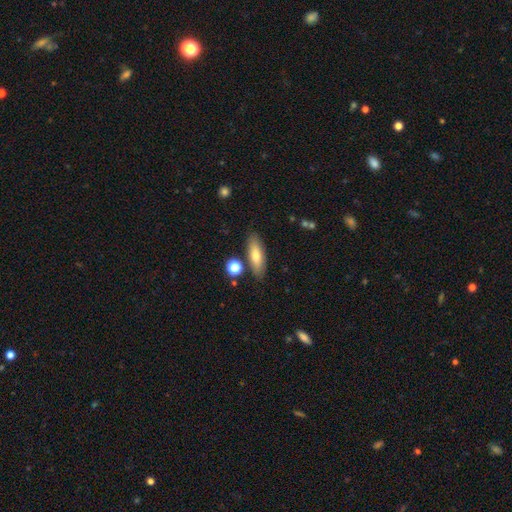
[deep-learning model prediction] Smooth or featured? smooth (71%)
How rounded? in between (54%)
Merging? none (82%)